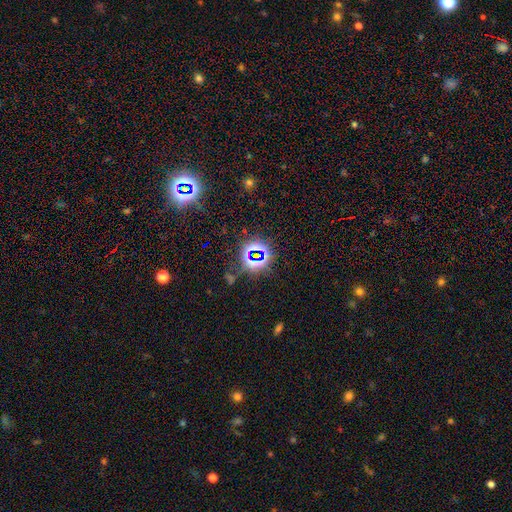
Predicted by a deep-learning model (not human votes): Smooth or featured: star or artifact — 76% (smooth — 16%)